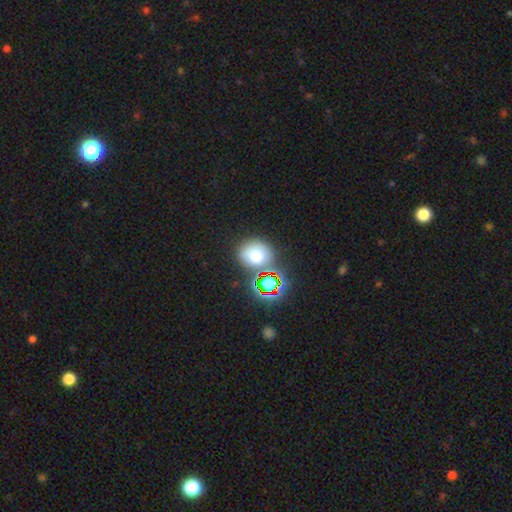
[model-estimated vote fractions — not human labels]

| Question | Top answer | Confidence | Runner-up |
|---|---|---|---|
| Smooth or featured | smooth | 67% | star or artifact (25%) |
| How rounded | round | 68% | in between (31%) |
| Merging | none | 70% | minor disturbance (14%) |